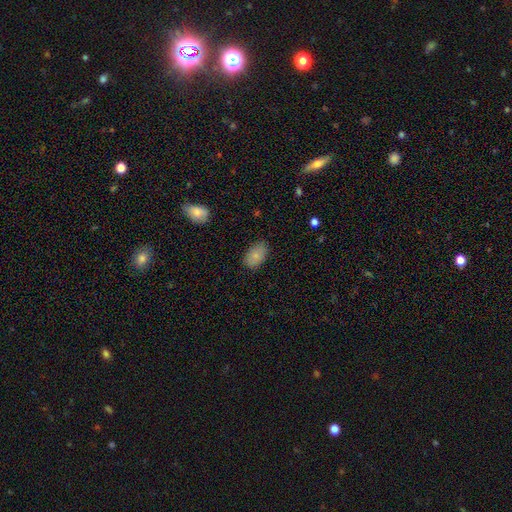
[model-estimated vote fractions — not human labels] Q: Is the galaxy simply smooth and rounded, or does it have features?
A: smooth — 83%.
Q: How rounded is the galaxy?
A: in between — 91%.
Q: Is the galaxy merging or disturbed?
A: none — 80%.